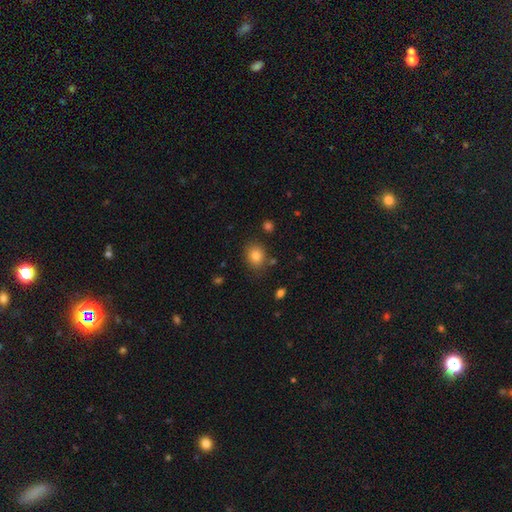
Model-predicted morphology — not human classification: Smooth or featured?
  - smooth: 83% *
  - star or artifact: 11%
  - featured or disk: 7%
How rounded?
  - round: 59% *
  - in between: 40%
  - cigar-shaped: 1%
Merging?
  - none: 80% *
  - minor disturbance: 12%
  - merger: 4%
  - major disturbance: 3%